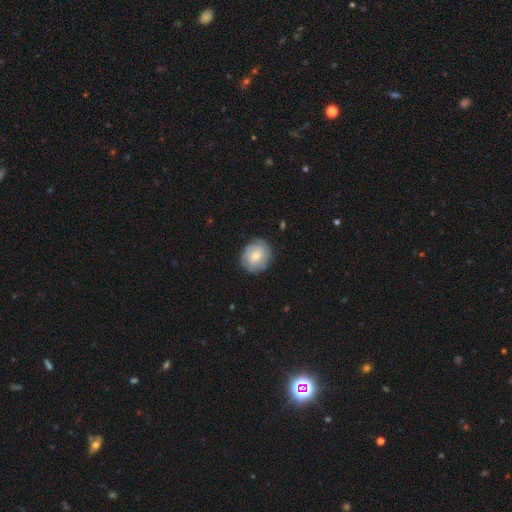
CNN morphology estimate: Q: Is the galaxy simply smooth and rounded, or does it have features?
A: smooth — 54%.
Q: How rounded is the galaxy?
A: round — 78%.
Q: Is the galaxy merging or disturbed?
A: none — 82%.